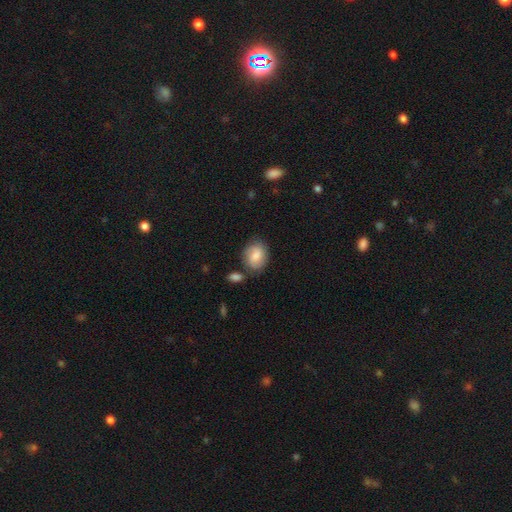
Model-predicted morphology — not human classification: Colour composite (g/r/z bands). It shows a smooth galaxy with no disk features (69%) that is in between round and cigar-shaped (56%). Merging: none (68%).